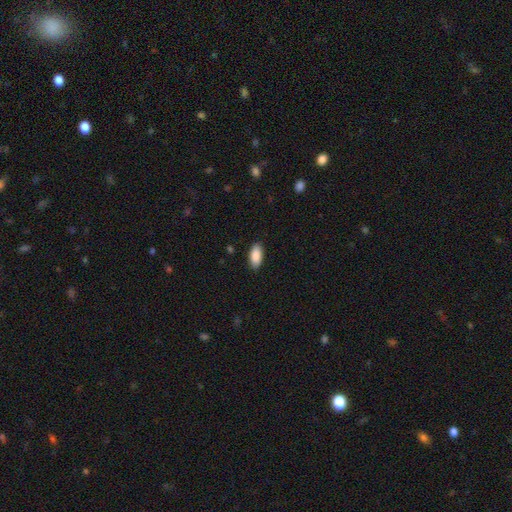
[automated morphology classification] A smooth galaxy with no disk features (89%) that is in between round and cigar-shaped (93%).

Vote fractions:
- Smooth or featured? smooth: 89% / star or artifact: 6% / featured or disk: 5%
- How rounded? in between: 93% / cigar-shaped: 5% / round: 2%
- Merging? none: 89% / minor disturbance: 8% / major disturbance: 2% / merger: 1%